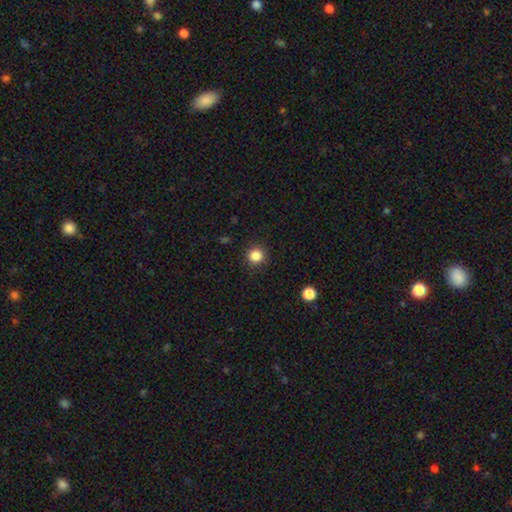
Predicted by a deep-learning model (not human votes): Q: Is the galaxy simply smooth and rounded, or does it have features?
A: smooth — 85%.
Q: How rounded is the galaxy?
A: round — 93%.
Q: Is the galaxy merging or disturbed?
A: none — 91%.